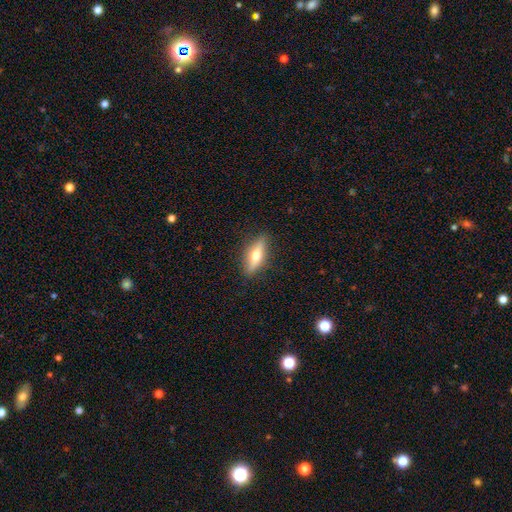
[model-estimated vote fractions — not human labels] Smooth or featured? smooth (47%)
Merging? none (87%)